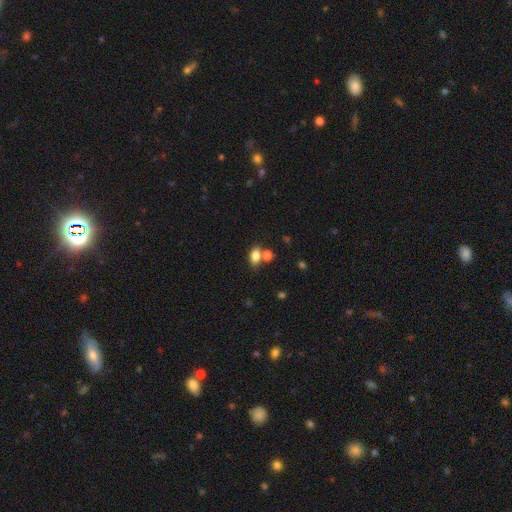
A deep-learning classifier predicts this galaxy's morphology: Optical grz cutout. It shows a smooth galaxy with no disk features (81%) that is in between round and cigar-shaped (83%). Merging: none (52%).